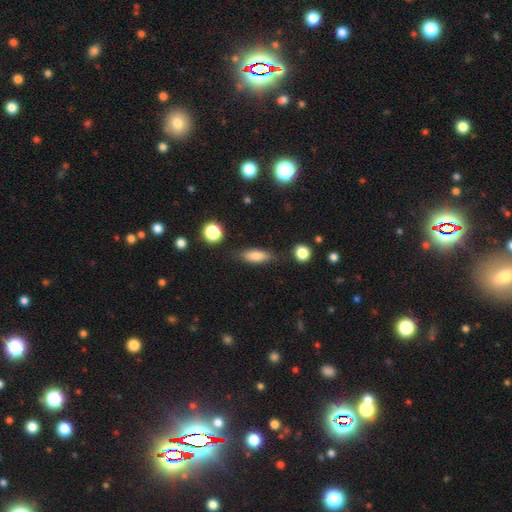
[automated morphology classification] smooth_or_featured: smooth (p=0.79) [alt: featured or disk p=0.12]
how_rounded: in between (p=0.65) [alt: cigar-shaped p=0.31]
merging: none (p=0.77) [alt: minor disturbance p=0.15]